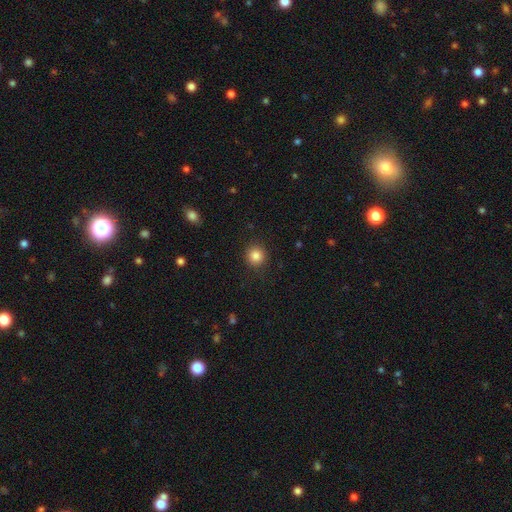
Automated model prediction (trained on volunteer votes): Smooth or featured? smooth (85%)
How rounded? round (93%)
Merging? none (90%)